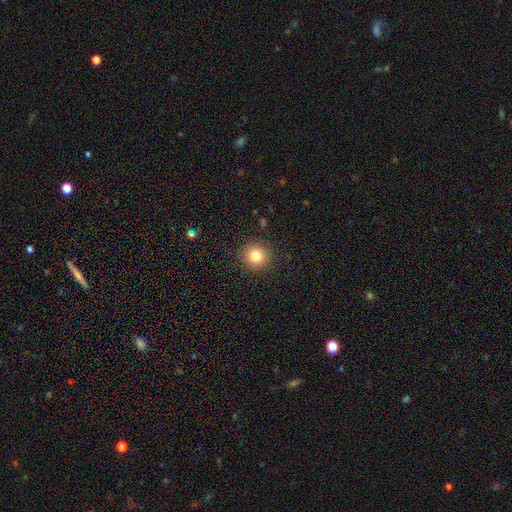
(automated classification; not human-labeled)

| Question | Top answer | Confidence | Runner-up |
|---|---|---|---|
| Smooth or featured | smooth | 81% | star or artifact (12%) |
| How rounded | round | 92% | in between (7%) |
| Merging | none | 90% | minor disturbance (6%) |